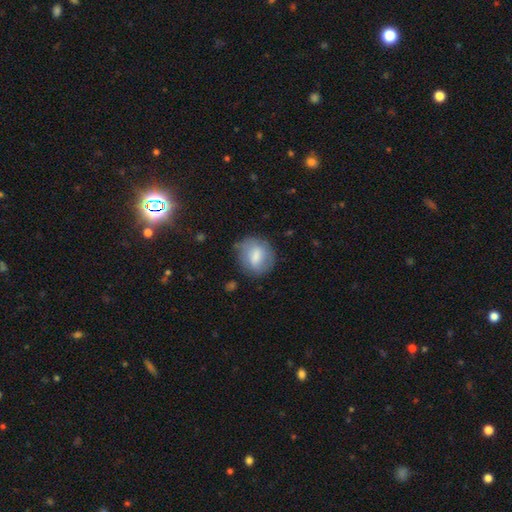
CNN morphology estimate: smooth 69%, featured or disk 23%, star or artifact 7%. Down the decision tree: how rounded — round (65%); merging — none (71%).